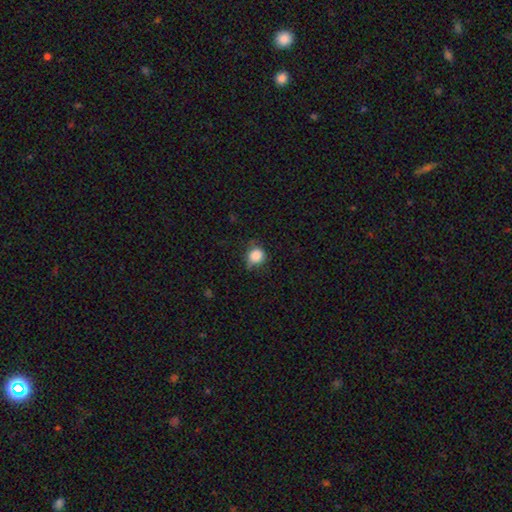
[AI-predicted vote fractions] The model was most divided on "merging": none: 64%, minor disturbance: 28%, major disturbance: 6%, merger: 2%. More confident: how rounded — round (86%); smooth or featured — smooth (86%).